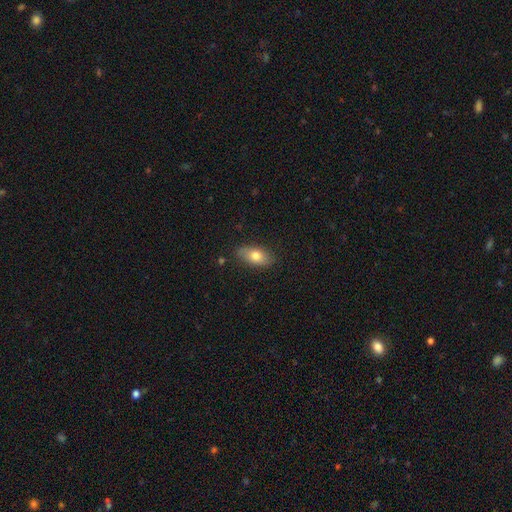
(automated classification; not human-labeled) This appears to be a smooth galaxy with no disk features (74%) that is in between round and cigar-shaped (88%). Merging: none (81%).